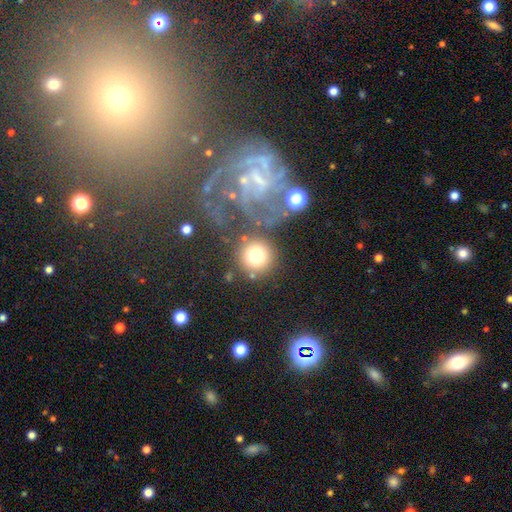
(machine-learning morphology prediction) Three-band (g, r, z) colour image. It shows a smooth galaxy with no disk features (75%) that is round (92%). Merging: none (69%).